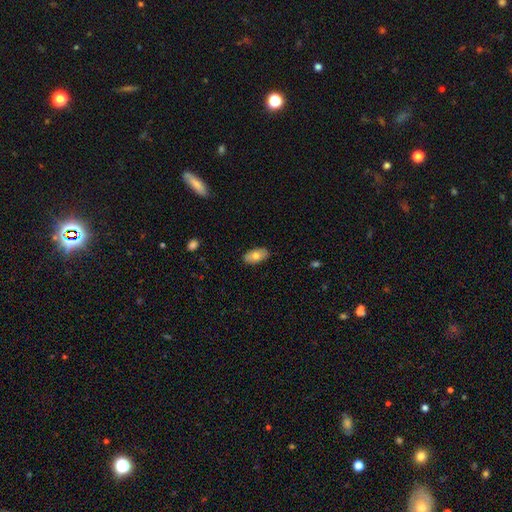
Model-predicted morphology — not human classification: Smooth or featured: smooth — 72% (featured or disk — 22%)
How rounded: in between — 93% (round — 4%)
Merging: none — 88% (minor disturbance — 9%)